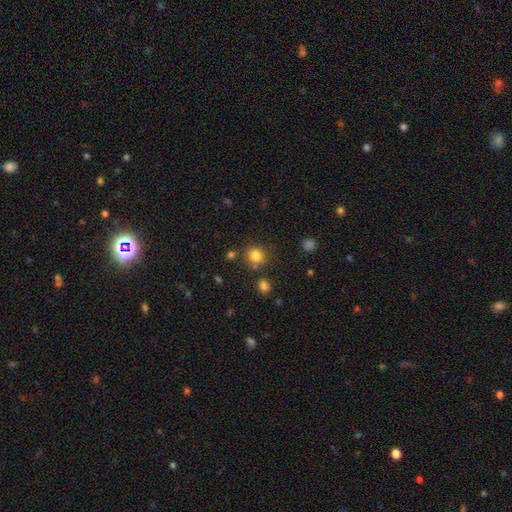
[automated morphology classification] Smooth or featured? smooth (81%)
How rounded? round (88%)
Merging? none (75%)